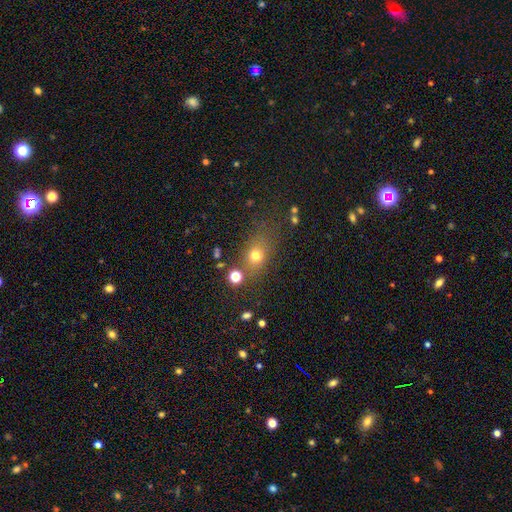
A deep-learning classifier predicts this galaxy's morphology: A smooth galaxy with no disk features (69%) that is round (48%, tied with in between).

Vote fractions:
- Smooth or featured? smooth: 69% / star or artifact: 19% / featured or disk: 12%
- How rounded? round: 48% (tied) / in between: 48% (tied) / cigar-shaped: 3%
- Merging? none: 69% / minor disturbance: 15% / major disturbance: 8% / merger: 8%